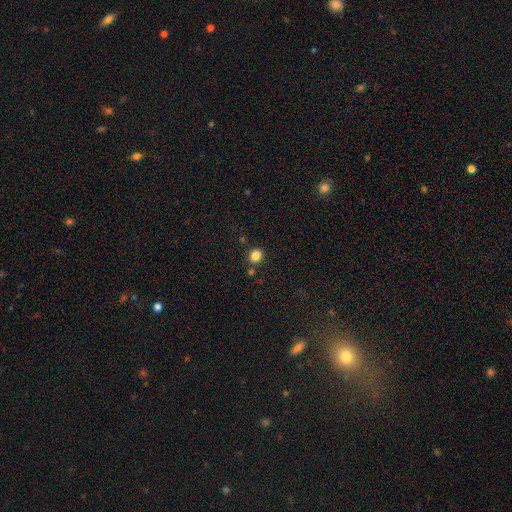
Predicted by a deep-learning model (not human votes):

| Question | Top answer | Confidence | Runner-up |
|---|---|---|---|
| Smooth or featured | smooth | 84% | star or artifact (12%) |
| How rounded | round | 73% | in between (27%) |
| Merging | none | 82% | minor disturbance (9%) |